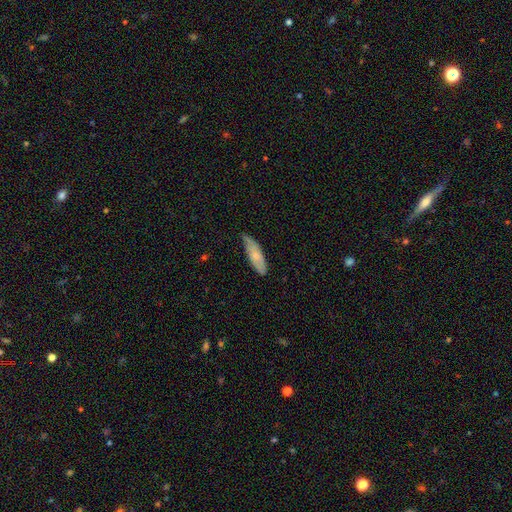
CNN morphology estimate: A smooth galaxy with no disk features (66%) that is in between round and cigar-shaped (53%).

Vote fractions:
- Smooth or featured? smooth: 66% / featured or disk: 28% / star or artifact: 6%
- How rounded? in between: 53% / cigar-shaped: 45% / round: 2%
- Merging? none: 62% / minor disturbance: 32% / major disturbance: 5% / merger: 2%